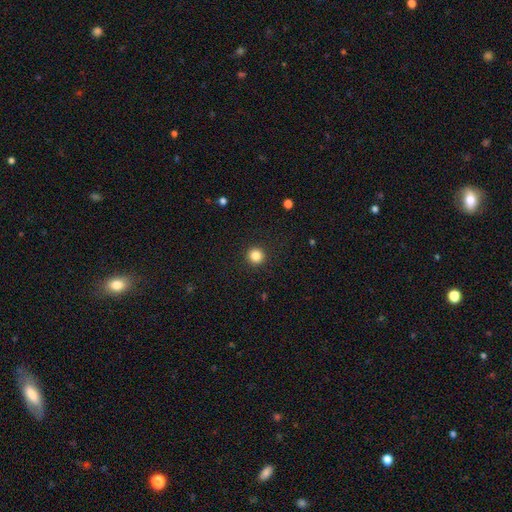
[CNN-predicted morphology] Smooth or featured: smooth — 84% (star or artifact — 11%)
How rounded: round — 95% (in between — 4%)
Merging: none — 93% (minor disturbance — 4%)